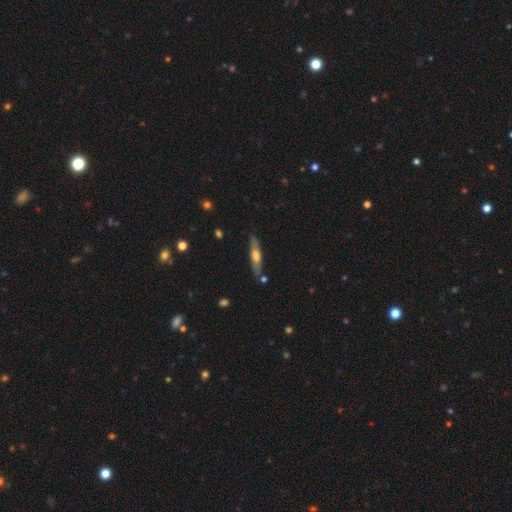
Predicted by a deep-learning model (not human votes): Overall: featured or disk (49%; smooth 45%). Merging: none (82%).